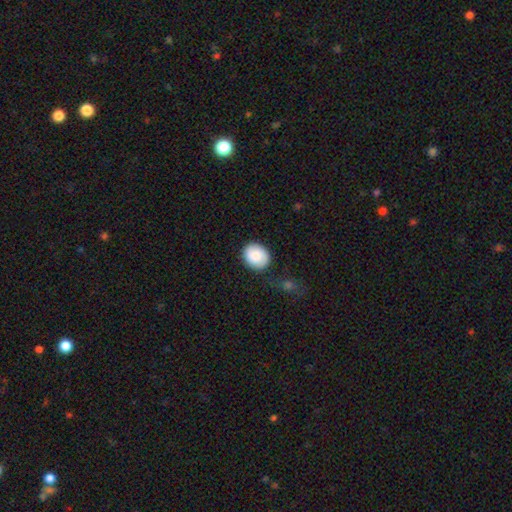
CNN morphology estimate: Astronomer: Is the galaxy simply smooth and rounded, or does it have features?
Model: smooth — 80%.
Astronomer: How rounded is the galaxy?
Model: round — 63%.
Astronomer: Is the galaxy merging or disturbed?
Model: none — 80%.